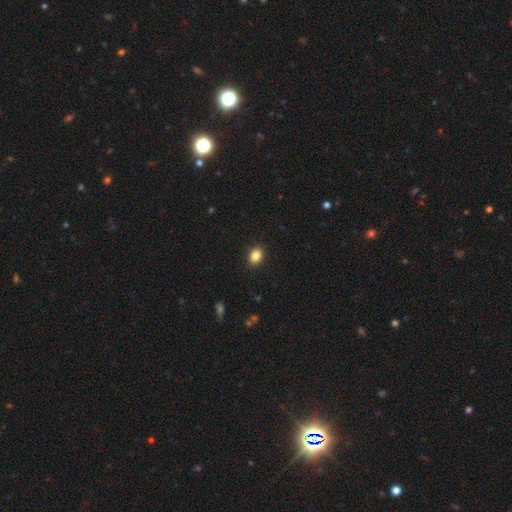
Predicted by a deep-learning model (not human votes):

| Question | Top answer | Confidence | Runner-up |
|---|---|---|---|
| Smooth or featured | smooth | 85% | star or artifact (10%) |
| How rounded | in between | 68% | round (31%) |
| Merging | none | 90% | minor disturbance (7%) |